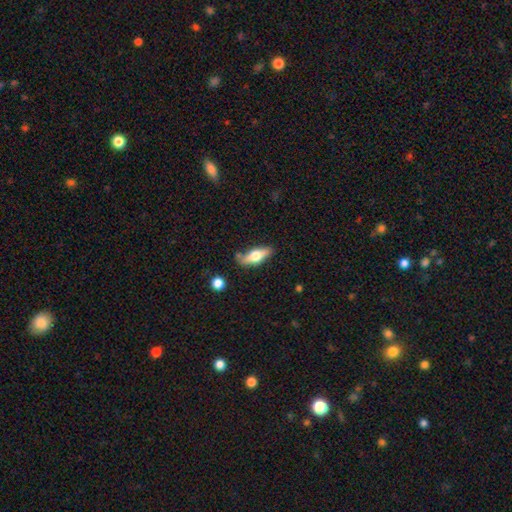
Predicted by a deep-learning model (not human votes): Q: Smooth or featured?
A: smooth (56%); runner-up: featured or disk (38%)
Q: How rounded?
A: in between (61%); runner-up: cigar-shaped (36%)
Q: Merging?
A: none (75%); runner-up: minor disturbance (16%)